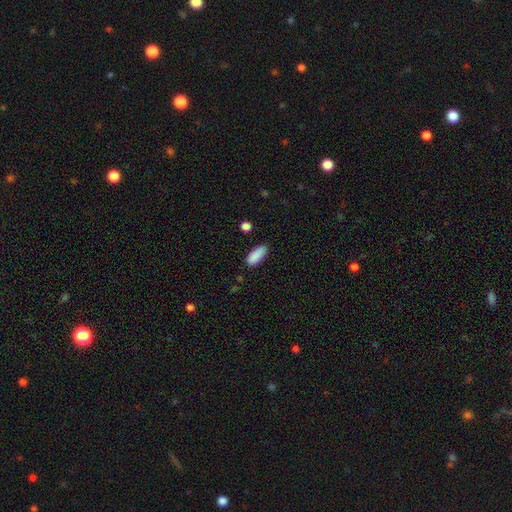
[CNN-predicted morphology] Q: Smooth or featured?
A: smooth (89%); runner-up: star or artifact (7%)
Q: How rounded?
A: in between (79%); runner-up: cigar-shaped (19%)
Q: Merging?
A: none (82%); runner-up: minor disturbance (13%)